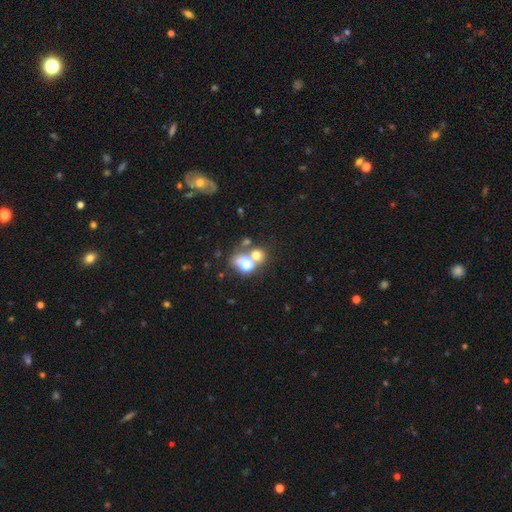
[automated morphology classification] Overall: smooth (63%). How rounded: round (68%; in between 31%). Merging: merger (48%; none 38%).